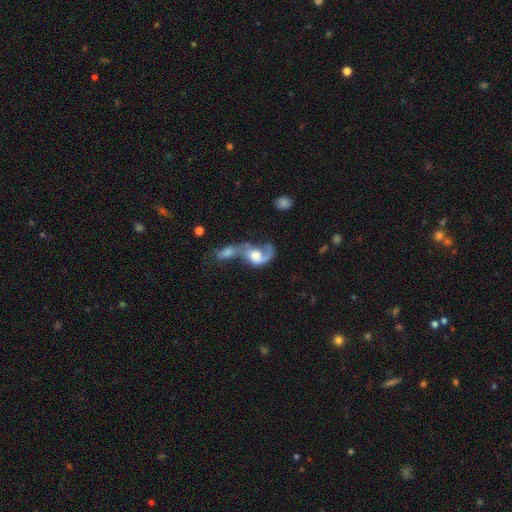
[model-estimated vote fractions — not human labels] smooth_or_featured: featured or disk (p=0.68) [alt: smooth p=0.25]
disk_edge_on: no (p=0.96) [alt: yes p=0.04]
bar: no (p=0.68) [alt: weak p=0.26]
has_spiral_arms: yes (p=0.83) [alt: no p=0.17]
spiral_winding: loose (p=0.53) [alt: medium p=0.35]
spiral_arm_count: 2 (p=0.58) [alt: 1 p=0.31]
bulge_size: moderate (p=0.49) [alt: large p=0.35]
merging: merger (p=0.70) [alt: major disturbance p=0.13]